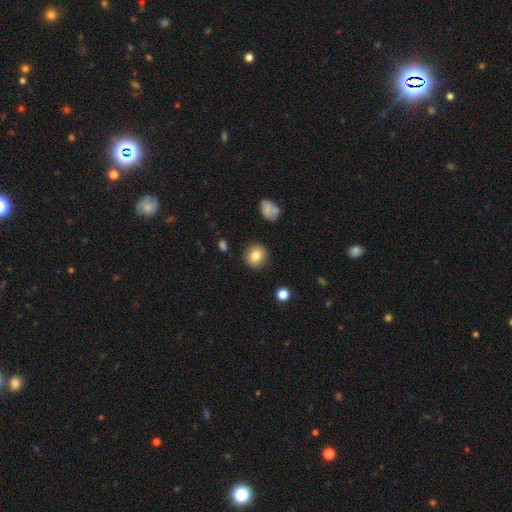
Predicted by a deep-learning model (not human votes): Smooth or featured?
  - smooth: 82% *
  - featured or disk: 9%
  - star or artifact: 9%
How rounded?
  - round: 90% *
  - in between: 9%
  - cigar-shaped: 1%
Merging?
  - none: 89% *
  - minor disturbance: 7%
  - major disturbance: 2%
  - merger: 1%